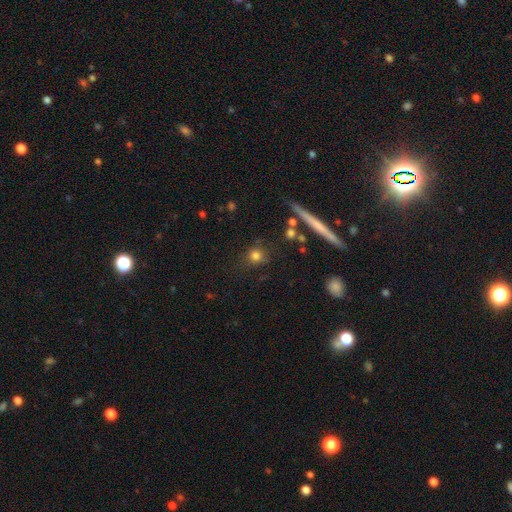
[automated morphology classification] Q: Smooth or featured?
A: smooth (77%); runner-up: star or artifact (14%)
Q: How rounded?
A: round (86%); runner-up: in between (11%)
Q: Merging?
A: none (78%); runner-up: minor disturbance (12%)